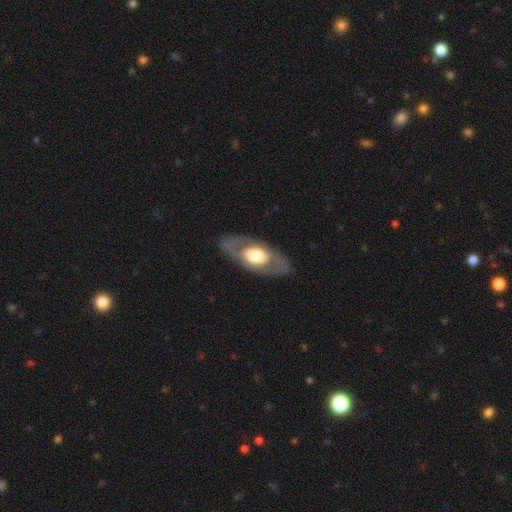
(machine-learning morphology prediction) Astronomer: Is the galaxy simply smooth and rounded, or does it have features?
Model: featured or disk — 58% (runner-up: smooth, 38%).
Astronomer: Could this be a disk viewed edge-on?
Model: no — 83%.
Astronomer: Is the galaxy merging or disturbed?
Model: none — 81%.